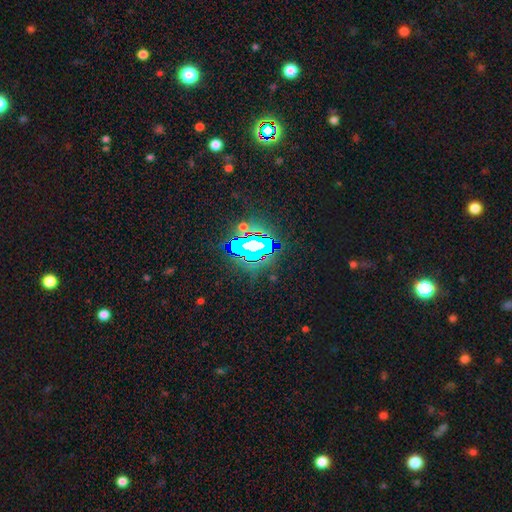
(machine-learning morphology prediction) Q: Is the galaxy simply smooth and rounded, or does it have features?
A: star or artifact — 79%.